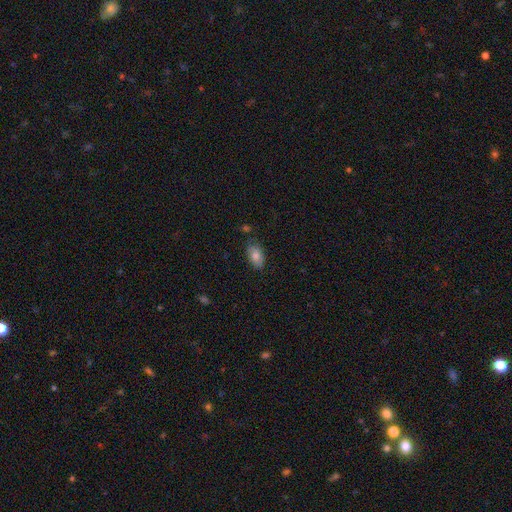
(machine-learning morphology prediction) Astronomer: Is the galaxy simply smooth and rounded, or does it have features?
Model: smooth — 79%.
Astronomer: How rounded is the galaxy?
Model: in between — 92%.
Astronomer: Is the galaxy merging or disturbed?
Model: none — 75%.